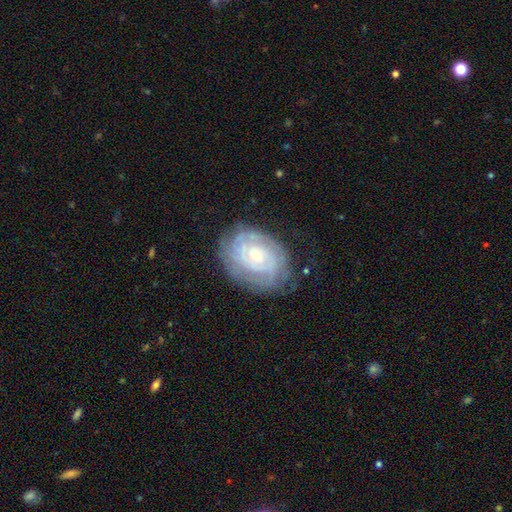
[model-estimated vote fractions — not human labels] This appears to be a featured or disk galaxy (81%) with no bar (75%), tight (80%) spiral arms (93%) and a small central bulge (74%). Merging: none (74%).